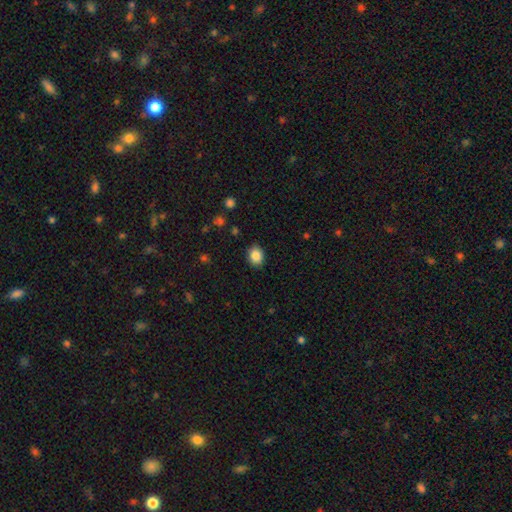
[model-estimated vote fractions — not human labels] A smooth galaxy with no disk features (86%) that is in between round and cigar-shaped (54%). Merging: none (88%).